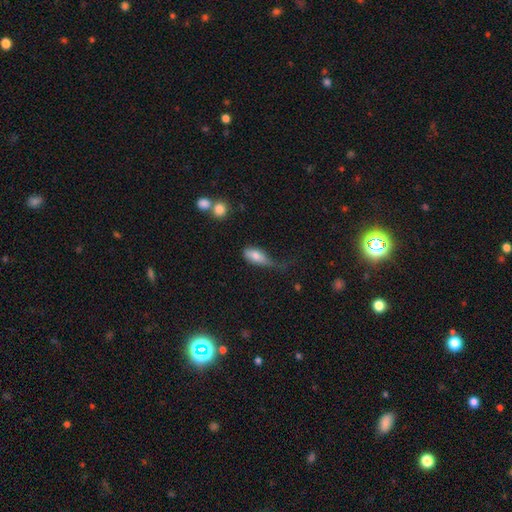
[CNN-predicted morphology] This appears to be a smooth galaxy with no disk features (73%) that is in between round and cigar-shaped (81%). Merging: minor disturbance (38%).